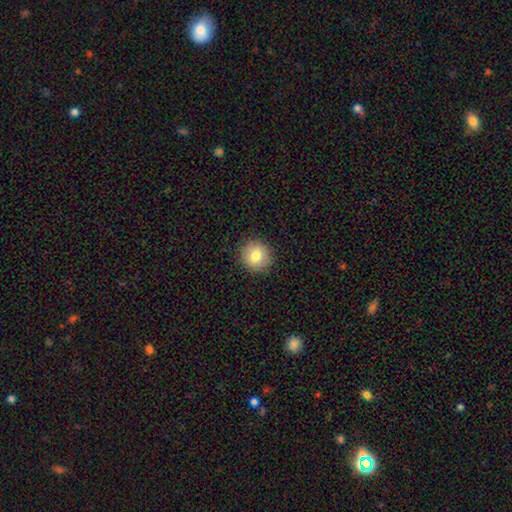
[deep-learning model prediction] smooth 80%, featured or disk 11%, star or artifact 9%. Down the decision tree: how rounded — round (91%); merging — none (91%).